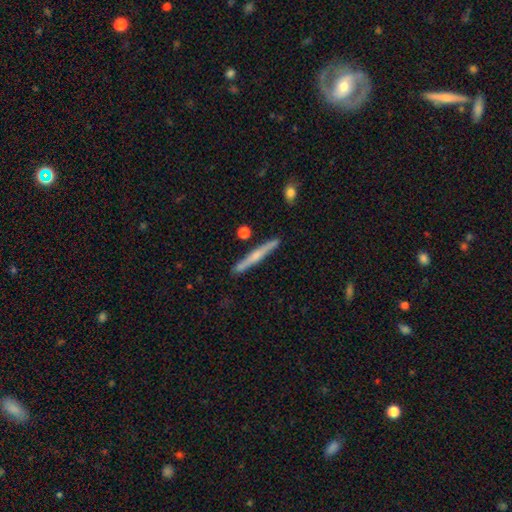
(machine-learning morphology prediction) smooth_or_featured: featured or disk (p=0.59) [alt: smooth p=0.35]
disk_edge_on: yes (p=0.97) [alt: no p=0.03]
edge_on_bulge: rounded (p=0.65) [alt: none p=0.27]
merging: none (p=0.89) [alt: minor disturbance p=0.08]